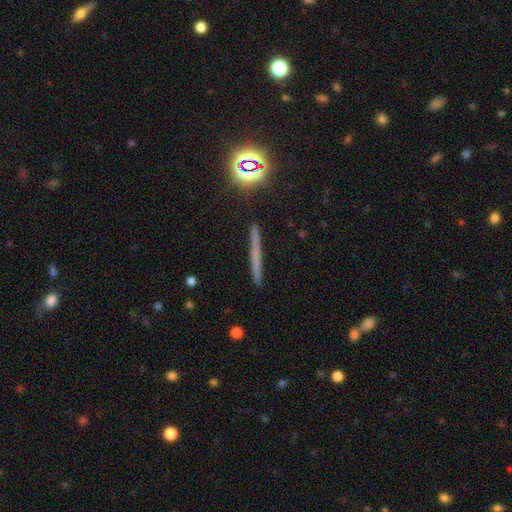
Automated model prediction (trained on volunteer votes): This is marginally a smooth galaxy (43%). Merging: clearly none (91%).